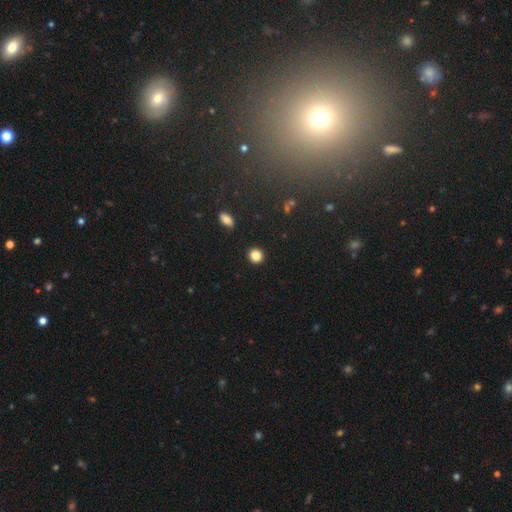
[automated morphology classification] The model was most divided on "smooth or featured": smooth: 86%, star or artifact: 11%, featured or disk: 3%. More confident: merging — none (91%); how rounded — round (90%).